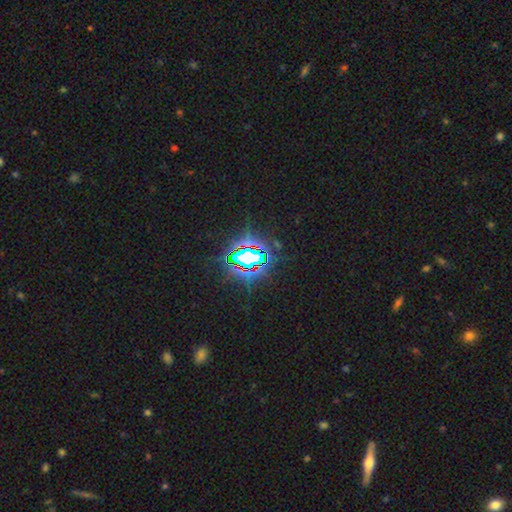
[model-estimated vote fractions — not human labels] Overall: star or artifact (77%).